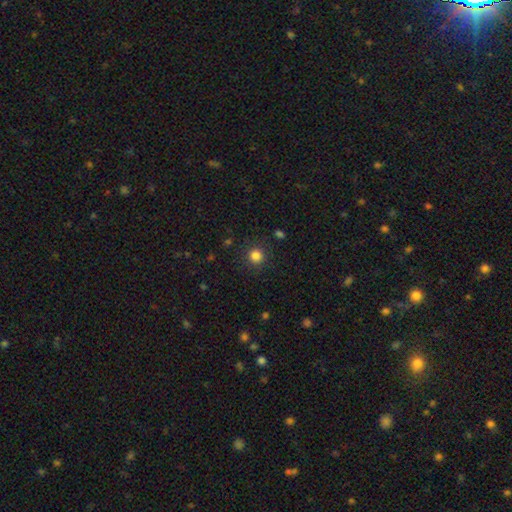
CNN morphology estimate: smooth-or-featured: smooth: 83% | star or artifact: 13% | featured or disk: 4%
  how-rounded: round: 94% | in between: 5% | cigar-shaped: 1%
  merging: none: 89% | minor disturbance: 7% | major disturbance: 3% | merger: 1%